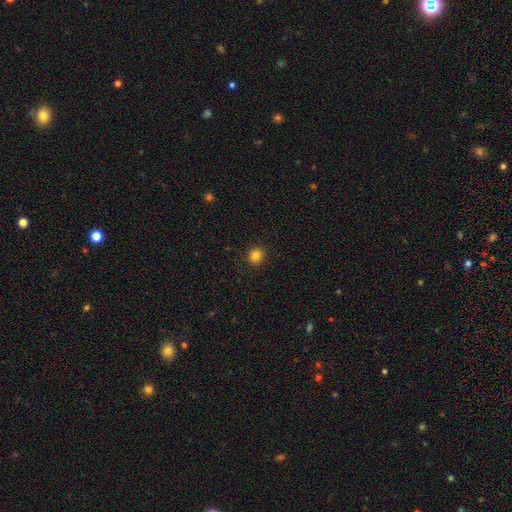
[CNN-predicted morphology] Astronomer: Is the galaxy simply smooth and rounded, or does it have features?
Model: smooth — 83%.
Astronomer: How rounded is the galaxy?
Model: round — 89%.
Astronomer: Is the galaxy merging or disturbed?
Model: none — 92%.